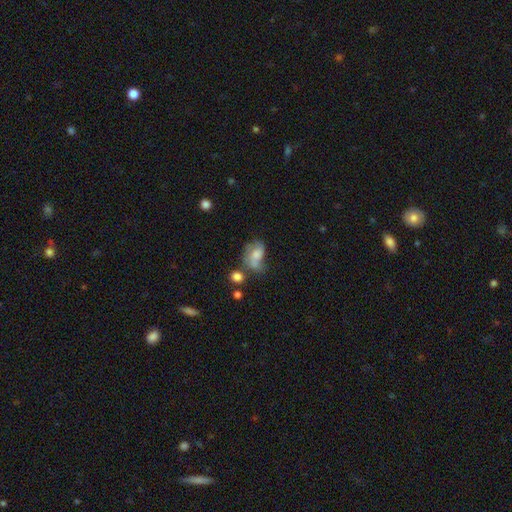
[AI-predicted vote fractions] Smooth or featured: smooth — 55% (featured or disk — 34%)
How rounded: in between — 80% (round — 18%)
Merging: merger — 26% (tied with major disturbance — 26%)